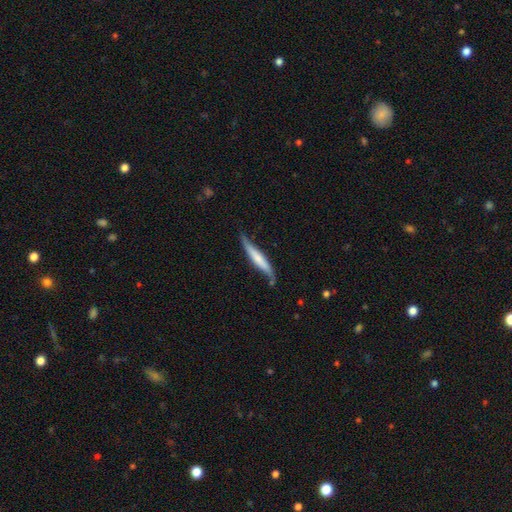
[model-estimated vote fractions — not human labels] A featured or disk galaxy (49%). Merging: none (64%).